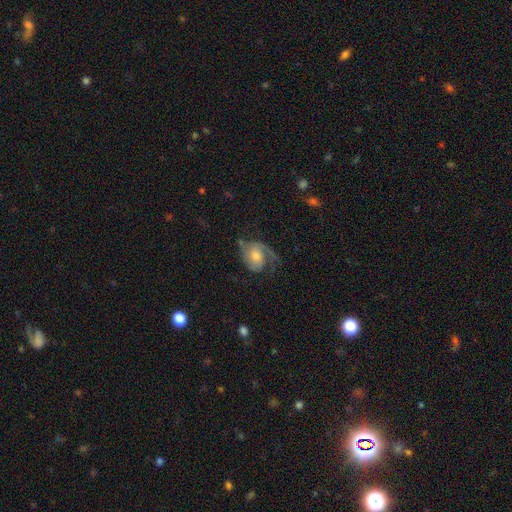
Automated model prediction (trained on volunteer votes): Smooth or featured? featured or disk (72%)
Edge-on disk? no (97%)
Bar? no (66%)
Spiral arms? yes (92%)
Spiral winding? medium (44%)
Spiral arm count? 2 (61%)
Bulge size? moderate (56%)
Merging? none (52%)